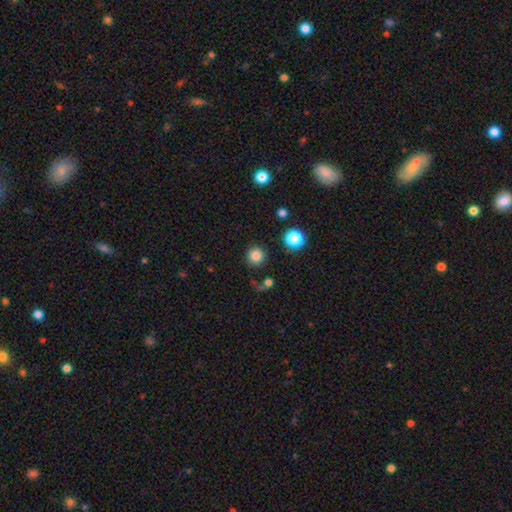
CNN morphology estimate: Overall: smooth (83%). How rounded: round (95%). Merging: none (87%).